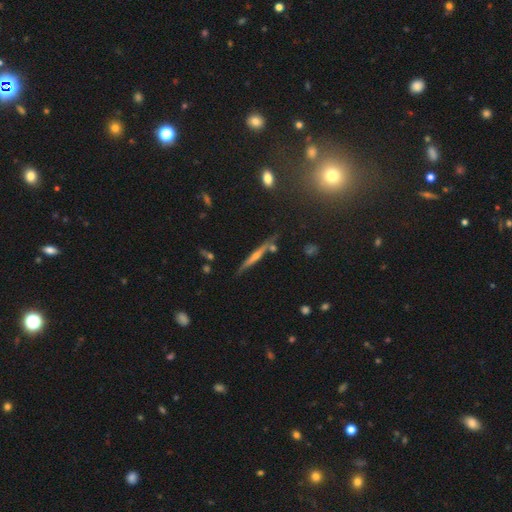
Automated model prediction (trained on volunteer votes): A featured or disk galaxy (68%) viewed edge-on (96%) with a rounded central bulge (70%). Merging: none (80%).